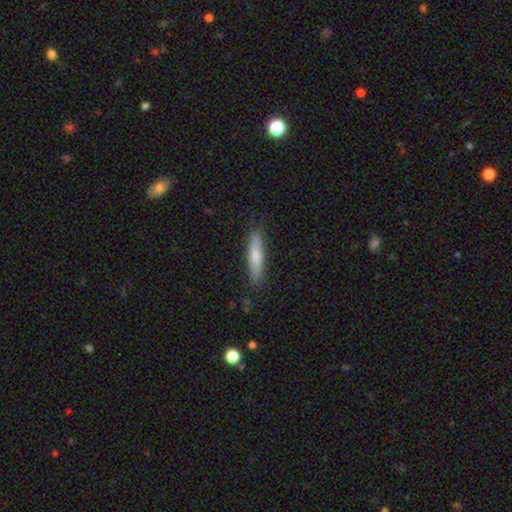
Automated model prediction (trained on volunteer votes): This is likely a smooth galaxy (70%). How rounded: clearly cigar-shaped (87%). Merging: clearly none (87%).